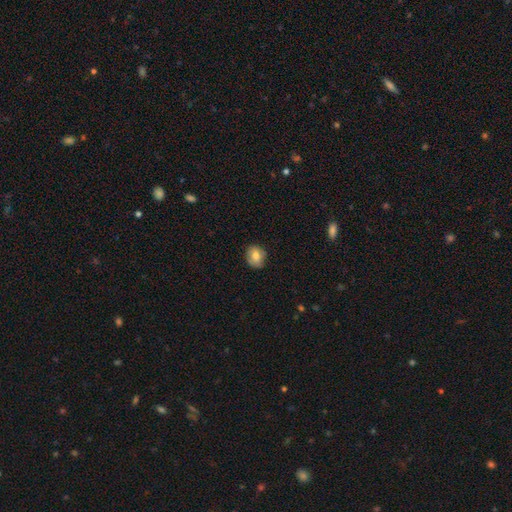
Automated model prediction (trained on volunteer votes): This is likely a smooth galaxy (74%). How rounded: possibly round (58%). Merging: clearly none (80%).